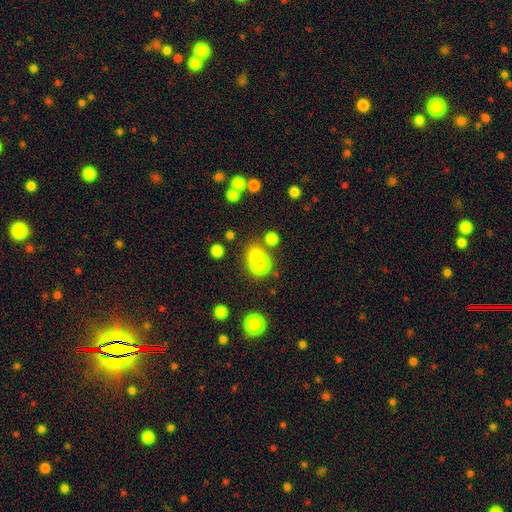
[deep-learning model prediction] Smooth or featured? smooth (64%)
How rounded? round (77%)
Merging? none (52%)